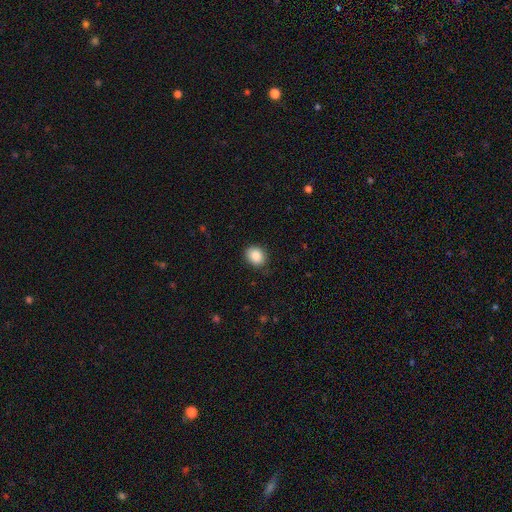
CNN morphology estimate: Smooth or featured? Predicted: smooth (p=0.87). How rounded? Predicted: round (p=0.54). Merging? Predicted: none (p=0.85).